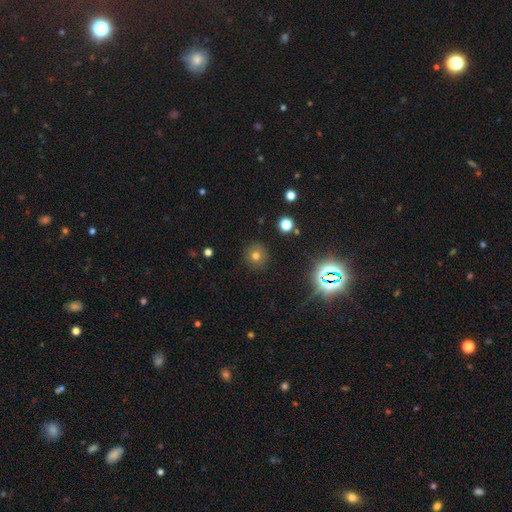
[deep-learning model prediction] The model was most divided on "smooth or featured": smooth: 70%, star or artifact: 19%, featured or disk: 10%. More confident: how rounded — round (93%); merging — none (89%).